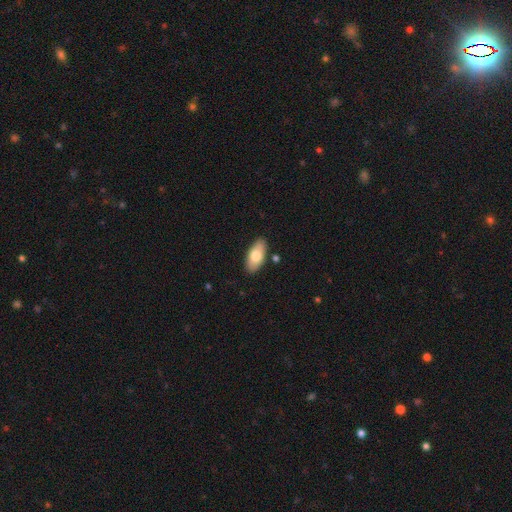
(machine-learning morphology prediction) Q: Smooth or featured?
A: smooth (75%); runner-up: featured or disk (19%)
Q: How rounded?
A: in between (92%); runner-up: cigar-shaped (6%)
Q: Merging?
A: none (86%); runner-up: minor disturbance (10%)